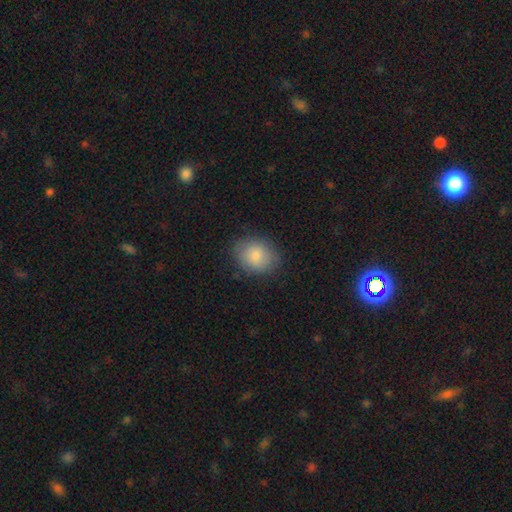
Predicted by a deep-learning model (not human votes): Smooth or featured? smooth (85%)
How rounded? round (56%)
Merging? none (81%)